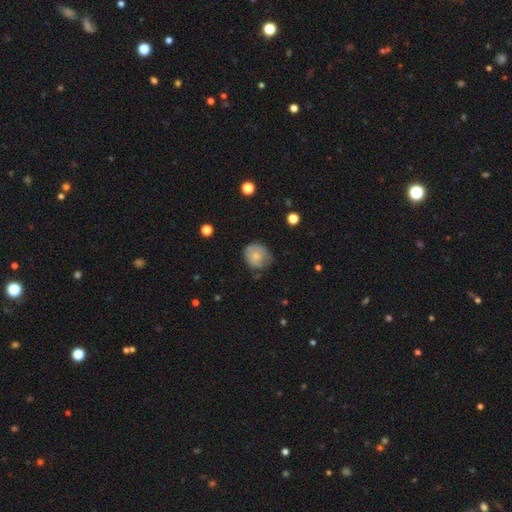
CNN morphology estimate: smooth-or-featured: smooth: 65% | featured or disk: 27% | star or artifact: 8%
  how-rounded: round: 74% | in between: 25% | cigar-shaped: 1%
  merging: none: 57% | minor disturbance: 31% | major disturbance: 11% | merger: 2%